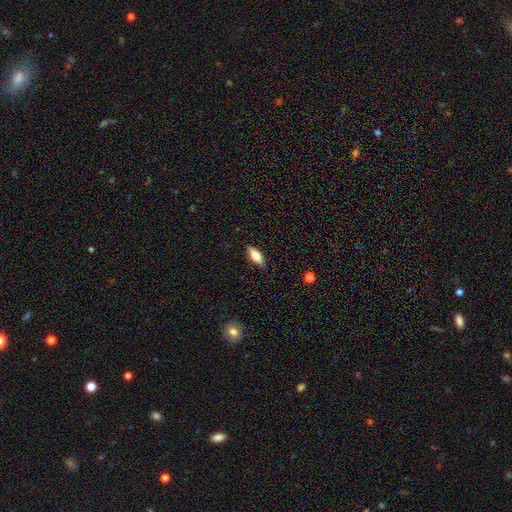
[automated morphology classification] Q: Smooth or featured?
A: smooth (76%); runner-up: featured or disk (17%)
Q: How rounded?
A: in between (75%); runner-up: cigar-shaped (23%)
Q: Merging?
A: none (87%); runner-up: minor disturbance (10%)